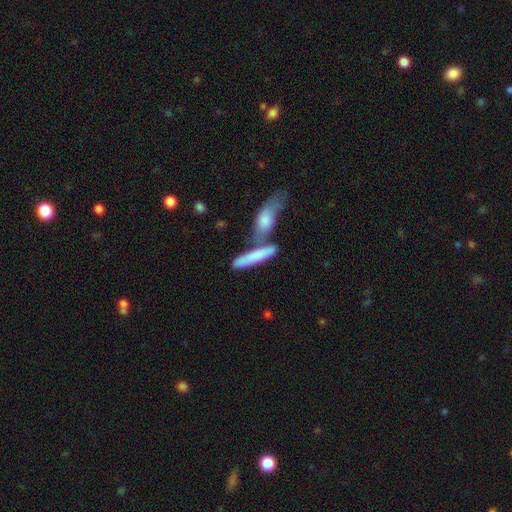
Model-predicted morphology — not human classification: A smooth galaxy with no disk features (71%) that is cigar-shaped (79%). Merging: none (46%).